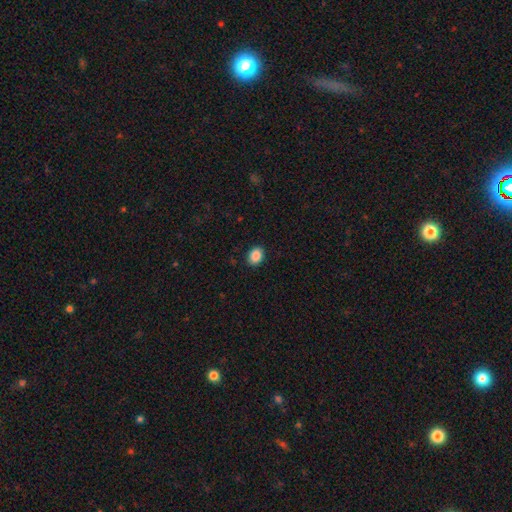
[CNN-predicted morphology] Overall: smooth (89%). How rounded: in between (63%; round 36%). Merging: none (89%).